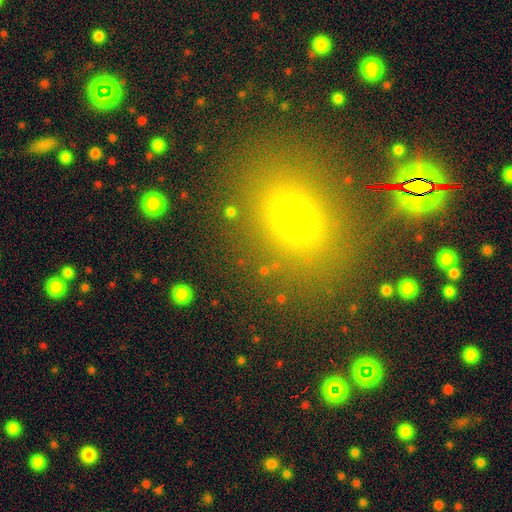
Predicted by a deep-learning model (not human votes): The model was most divided on "how rounded": in between: 51%, round: 47%, cigar-shaped: 2%. More confident: merging — none (86%); smooth or featured — smooth (60%).